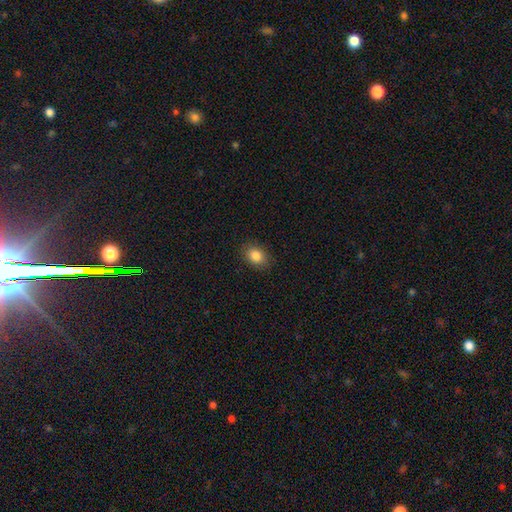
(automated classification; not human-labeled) Q: Smooth or featured?
A: smooth (85%); runner-up: star or artifact (9%)
Q: How rounded?
A: in between (68%); runner-up: round (31%)
Q: Merging?
A: none (87%); runner-up: minor disturbance (10%)